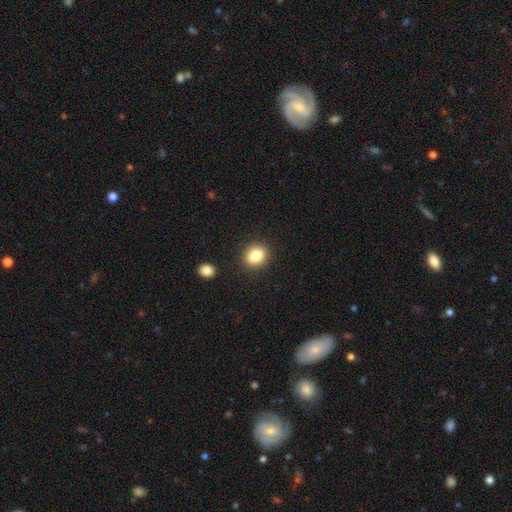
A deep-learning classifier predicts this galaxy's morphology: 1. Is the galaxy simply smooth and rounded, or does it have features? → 83% smooth, 10% star or artifact, 7% featured or disk.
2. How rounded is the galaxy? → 57% round, 42% in between, 1% cigar-shaped.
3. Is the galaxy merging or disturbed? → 88% none, 7% minor disturbance, 2% major disturbance, 2% merger.